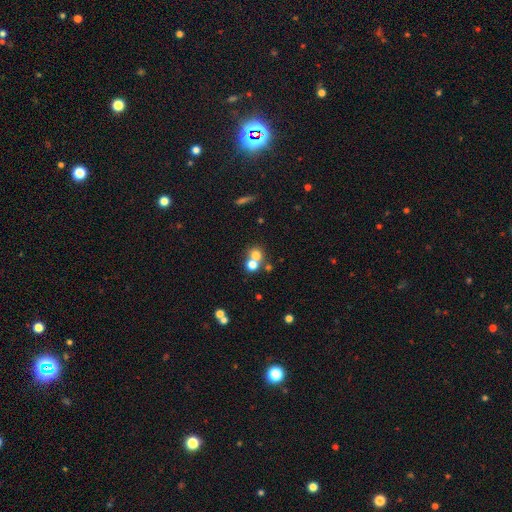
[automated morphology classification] This is likely a smooth galaxy (69%). How rounded: clearly round (83%). Merging: possibly merger (49%).